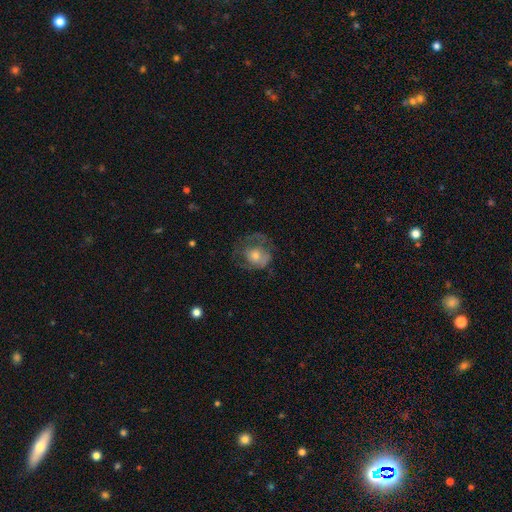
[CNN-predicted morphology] This appears to be a featured or disk galaxy (49%). Merging: none (49%).